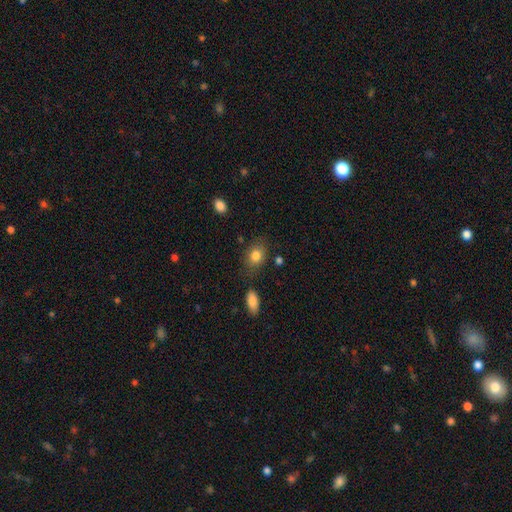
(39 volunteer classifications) Smooth or featured? 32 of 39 (82%) said smooth. How rounded? 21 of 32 (66%) said in between. Merging? 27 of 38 (71%) said none.